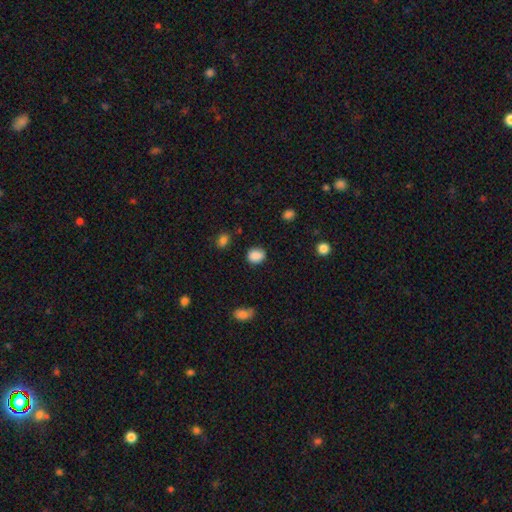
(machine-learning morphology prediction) Smooth or featured: smooth — 87% (star or artifact — 9%)
How rounded: round — 56% (in between — 43%)
Merging: none — 81% (minor disturbance — 14%)